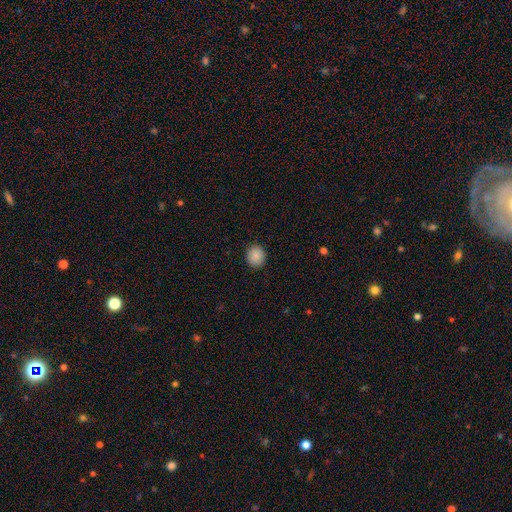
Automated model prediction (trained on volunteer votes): smooth_or_featured: smooth (p=0.88) [alt: star or artifact p=0.08]
how_rounded: round (p=0.79) [alt: in between p=0.20]
merging: none (p=0.91) [alt: minor disturbance p=0.06]